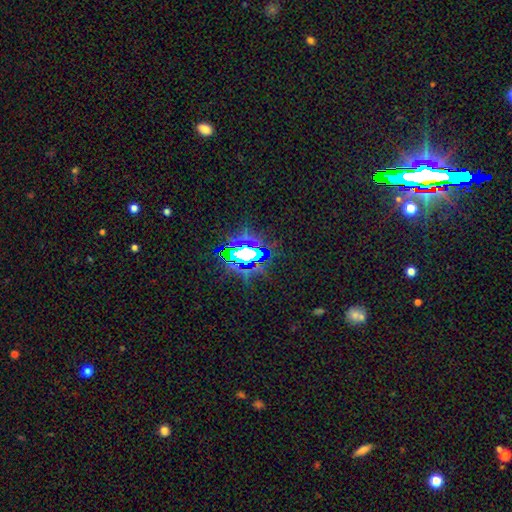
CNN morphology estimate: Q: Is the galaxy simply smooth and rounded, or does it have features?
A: star or artifact — 74%.